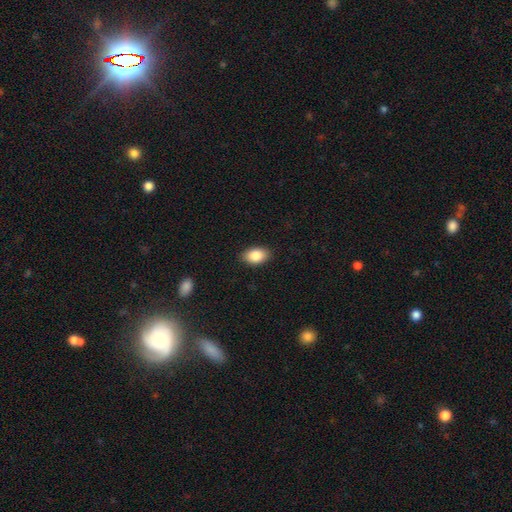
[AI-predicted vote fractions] smooth-or-featured: smooth: 86% | star or artifact: 7% | featured or disk: 7%
  how-rounded: in between: 87% | round: 12% | cigar-shaped: 1%
  merging: none: 87% | minor disturbance: 10% | major disturbance: 2% | merger: 1%